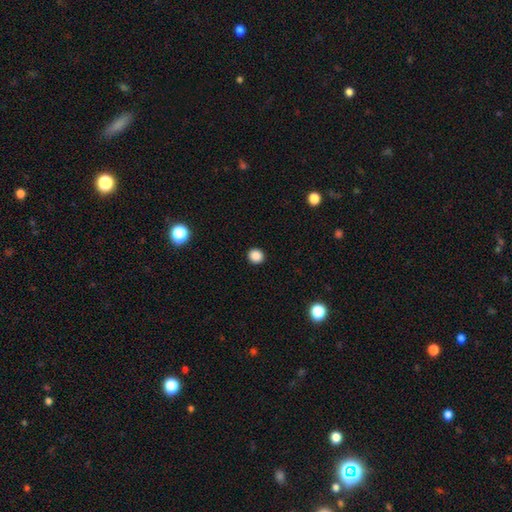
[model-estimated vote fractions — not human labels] This is clearly a smooth galaxy (87%). How rounded: clearly round (90%). Merging: clearly none (93%).